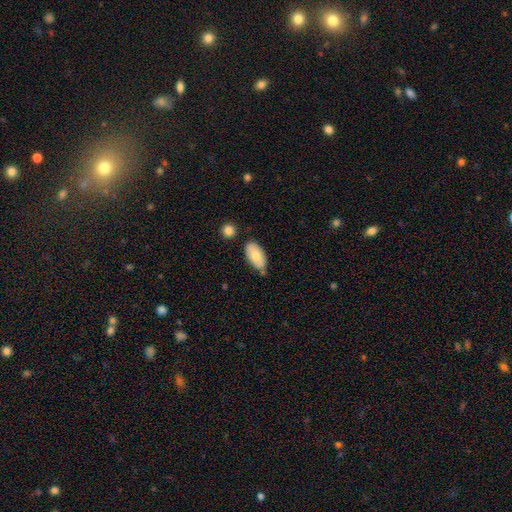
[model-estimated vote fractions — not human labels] smooth 74%, featured or disk 20%, star or artifact 6%. Down the decision tree: how rounded — in between (94%); merging — none (72%).